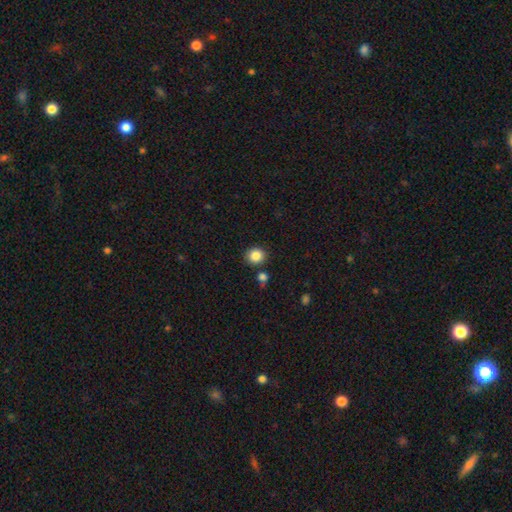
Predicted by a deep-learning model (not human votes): This appears to be a smooth galaxy with no disk features (86%) that is round (82%). Merging: none (84%).